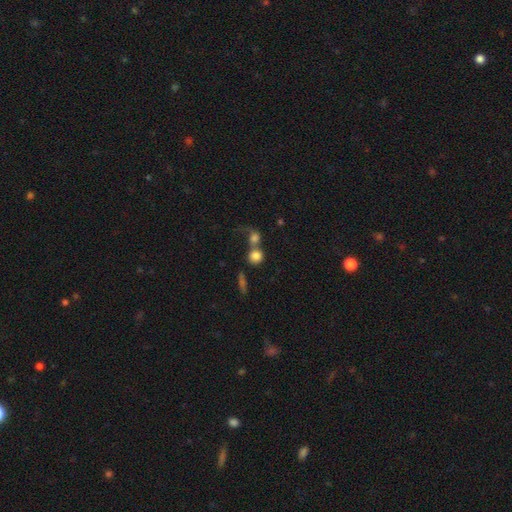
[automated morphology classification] A smooth galaxy with no disk features (80%) that is round (82%). Merging: merger (53%).